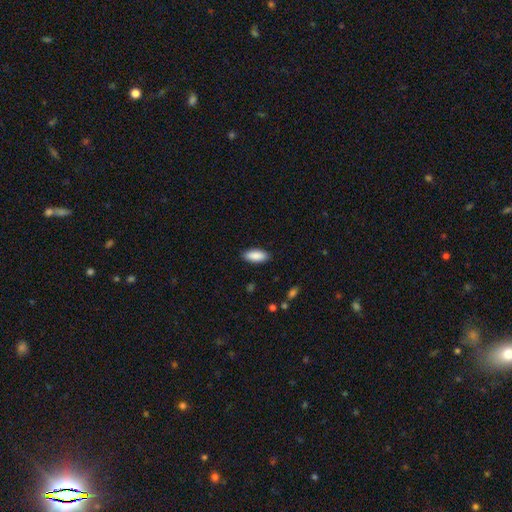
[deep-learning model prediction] Q: Smooth or featured?
A: smooth (90%); runner-up: star or artifact (6%)
Q: How rounded?
A: in between (85%); runner-up: cigar-shaped (13%)
Q: Merging?
A: none (89%); runner-up: minor disturbance (8%)